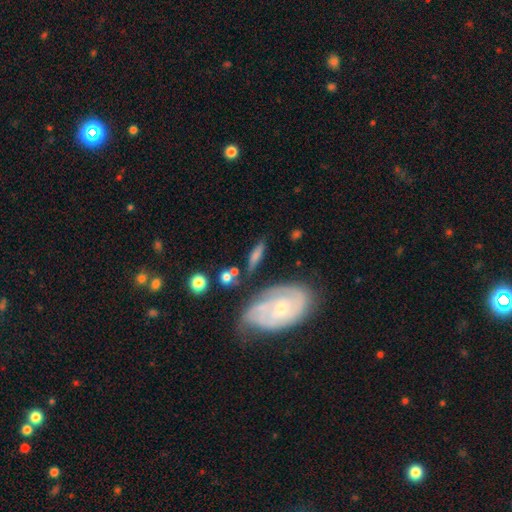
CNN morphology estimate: A smooth galaxy with no disk features (48%). Merging: none (67%).